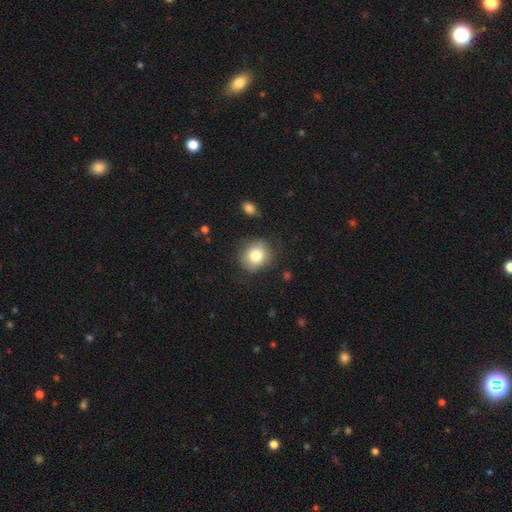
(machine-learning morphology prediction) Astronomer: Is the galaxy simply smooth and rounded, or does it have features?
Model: smooth — 80%.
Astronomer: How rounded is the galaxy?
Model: round — 76%.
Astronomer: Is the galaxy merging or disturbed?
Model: none — 81%.